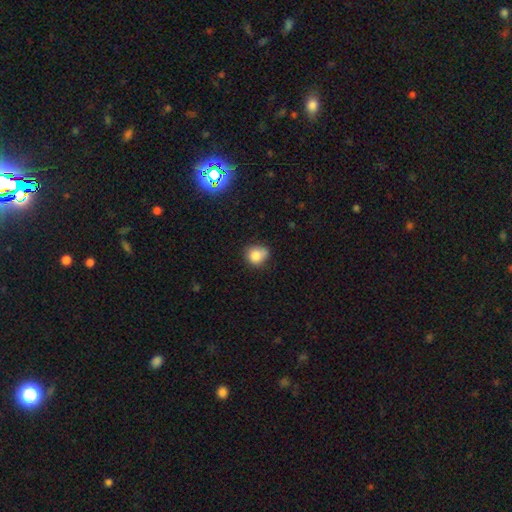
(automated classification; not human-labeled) smooth_or_featured: smooth (p=0.81) [alt: star or artifact p=0.11]
how_rounded: round (p=0.75) [alt: in between p=0.24]
merging: none (p=0.60) [alt: minor disturbance p=0.29]